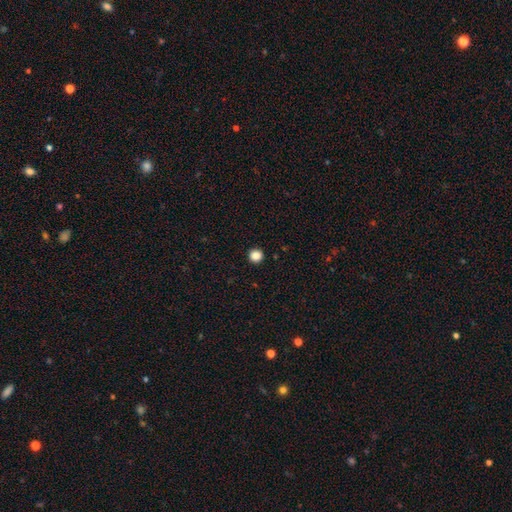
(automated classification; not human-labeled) smooth_or_featured: smooth (p=0.86) [alt: star or artifact p=0.11]
how_rounded: round (p=0.95) [alt: in between p=0.04]
merging: none (p=0.93) [alt: minor disturbance p=0.04]